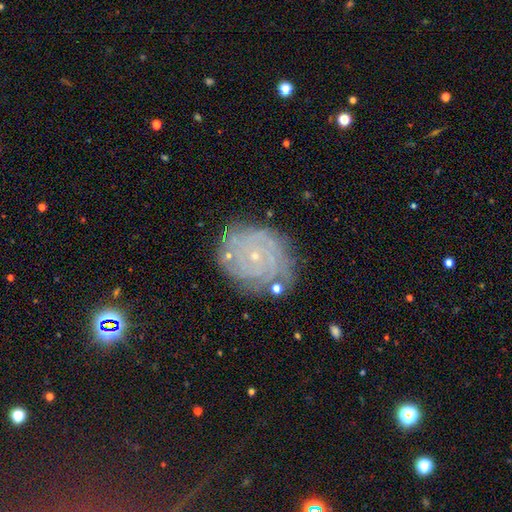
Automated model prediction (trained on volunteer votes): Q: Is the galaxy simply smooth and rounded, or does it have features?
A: featured or disk — 78%.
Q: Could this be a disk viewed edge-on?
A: no — 97%.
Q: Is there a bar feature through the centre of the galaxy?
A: no — 83%.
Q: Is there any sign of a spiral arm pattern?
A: yes — 94%.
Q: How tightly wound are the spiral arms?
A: tight — 83%.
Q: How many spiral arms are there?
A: can't tell — 34%.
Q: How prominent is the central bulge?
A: small — 87%.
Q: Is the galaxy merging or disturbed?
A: none — 77%.